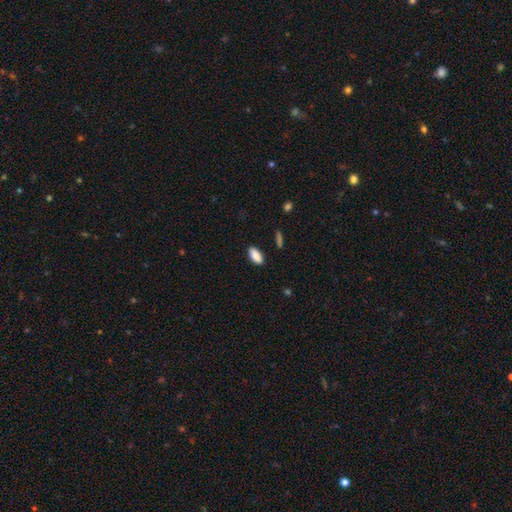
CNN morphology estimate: smooth_or_featured: smooth (p=0.89) [alt: star or artifact p=0.07]
how_rounded: in between (p=0.87) [alt: cigar-shaped p=0.11]
merging: none (p=0.87) [alt: minor disturbance p=0.10]